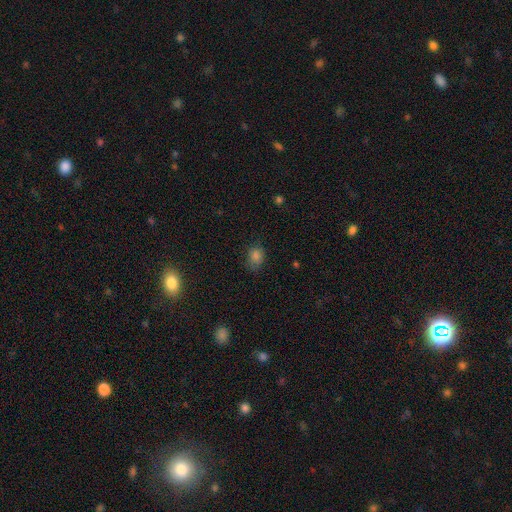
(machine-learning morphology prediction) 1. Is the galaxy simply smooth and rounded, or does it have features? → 80% smooth, 15% star or artifact, 6% featured or disk.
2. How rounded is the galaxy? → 53% in between, 46% round, 1% cigar-shaped.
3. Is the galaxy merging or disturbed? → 68% none, 24% minor disturbance, 7% major disturbance, 2% merger.